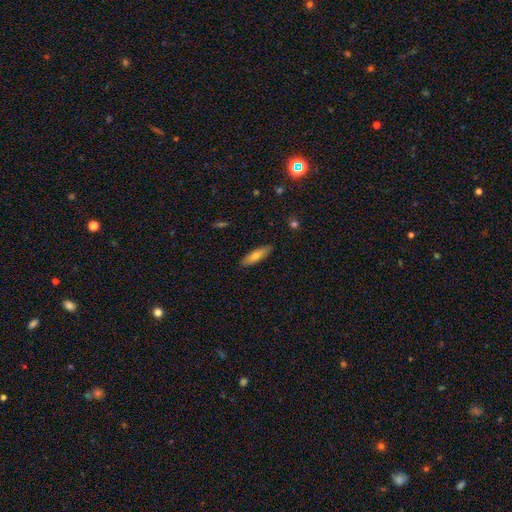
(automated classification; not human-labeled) Morphology: type=smooth (67%); roundness=cigar-shaped (63%); merging=none (87%).